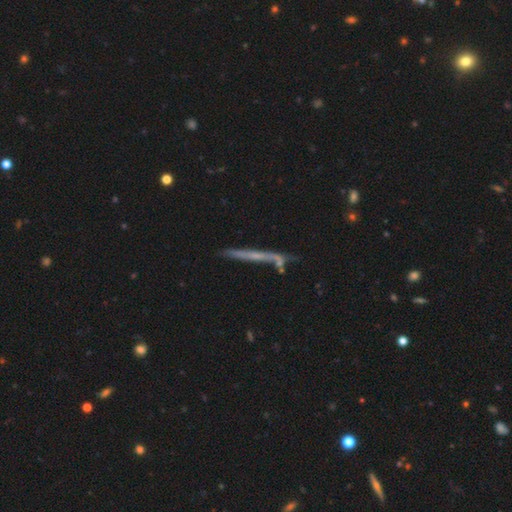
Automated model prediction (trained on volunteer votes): This is possibly a featured or disk galaxy (55%). It is clearly viewed edge-on (91%). Edge-on bulge: likely none (75%). Merging: likely none (71%).